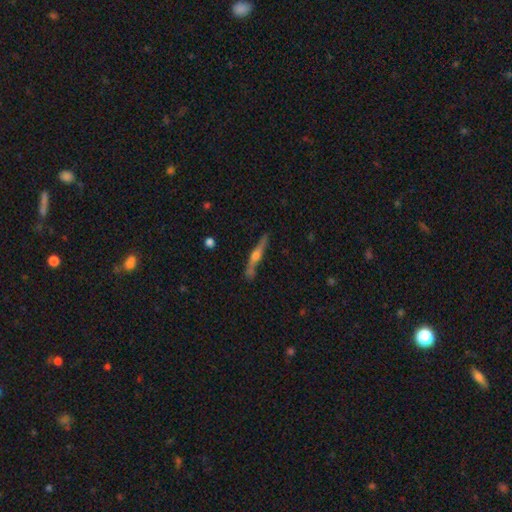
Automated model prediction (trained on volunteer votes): featured or disk 64%, smooth 30%, star or artifact 6%. Down the decision tree: edge-on disk — yes (96%); edge-on bulge — rounded (84%); merging — none (77%).